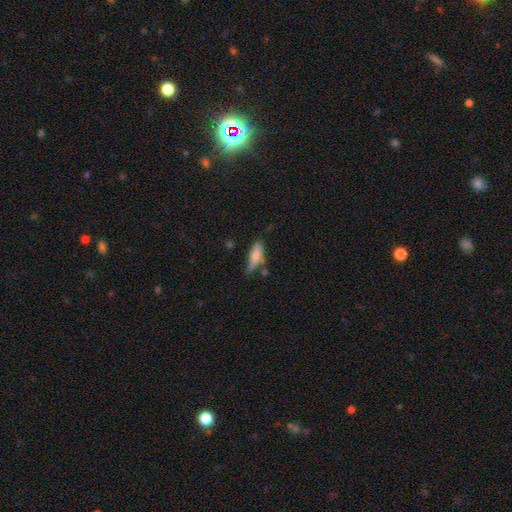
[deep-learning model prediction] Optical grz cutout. It shows a smooth galaxy with no disk features (73%) that is in between round and cigar-shaped (55%). Merging: none (53%).